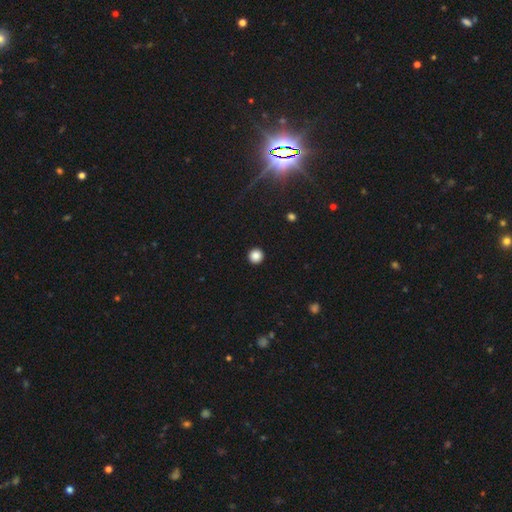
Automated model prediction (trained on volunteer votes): Overall: smooth (87%). How rounded: round (96%). Merging: none (94%).